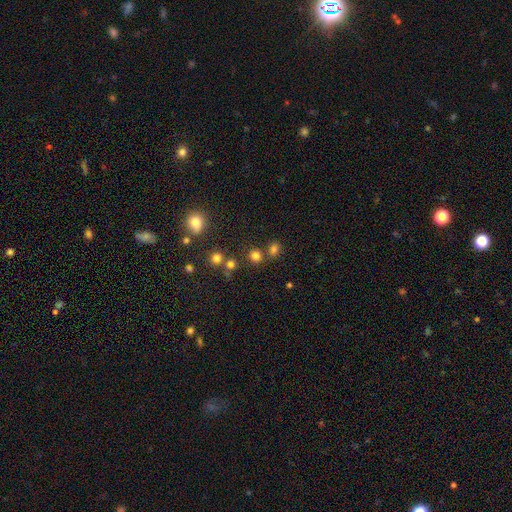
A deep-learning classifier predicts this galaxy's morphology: This is likely a smooth galaxy (75%). How rounded: clearly round (85%). Merging: likely none (72%).